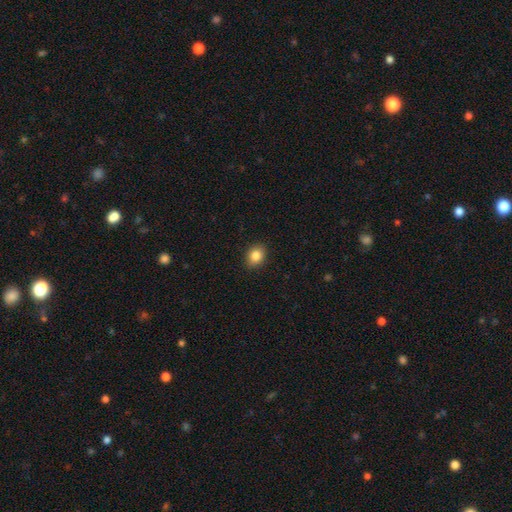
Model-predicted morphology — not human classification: Overall: smooth (85%). How rounded: in between (53%; round 46%). Merging: none (89%).